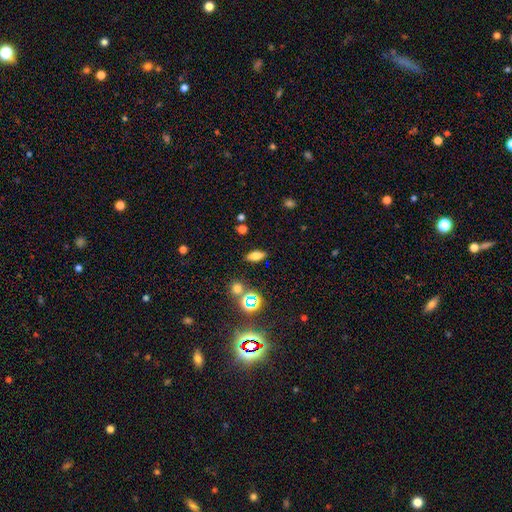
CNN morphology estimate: The model was most divided on "smooth or featured": smooth: 66%, star or artifact: 17%, featured or disk: 17%. More confident: merging — none (85%); how rounded — in between (73%).